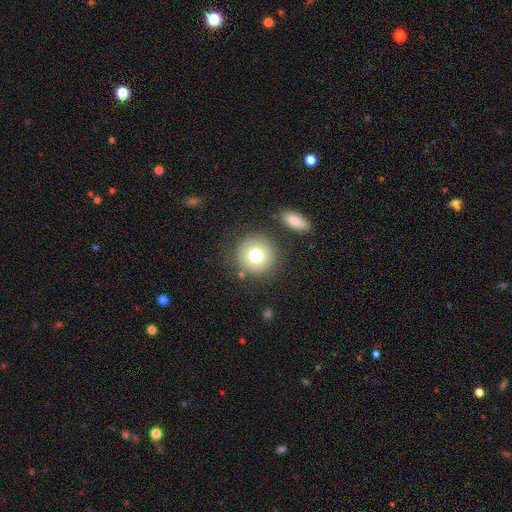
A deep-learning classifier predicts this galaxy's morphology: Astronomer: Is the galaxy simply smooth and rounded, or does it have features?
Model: smooth — 77%.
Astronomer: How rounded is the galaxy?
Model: round — 93%.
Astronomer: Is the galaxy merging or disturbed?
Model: none — 79%.